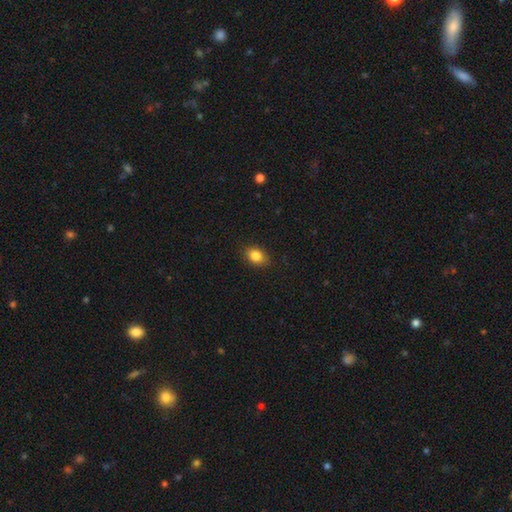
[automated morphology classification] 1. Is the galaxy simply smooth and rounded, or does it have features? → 85% smooth, 9% star or artifact, 7% featured or disk.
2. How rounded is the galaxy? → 75% in between, 23% round, 2% cigar-shaped.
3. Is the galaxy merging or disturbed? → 85% none, 11% minor disturbance, 2% major disturbance, 1% merger.